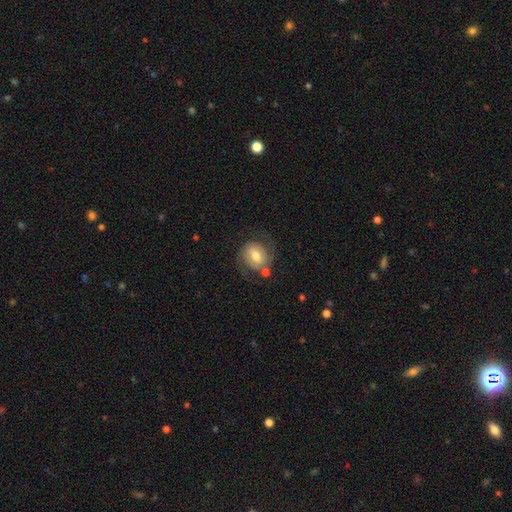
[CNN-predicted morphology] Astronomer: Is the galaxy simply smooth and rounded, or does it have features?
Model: featured or disk — 51% (runner-up: smooth, 41%).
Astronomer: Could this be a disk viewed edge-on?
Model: no — 97%.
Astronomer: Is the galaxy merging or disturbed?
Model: none — 64%.